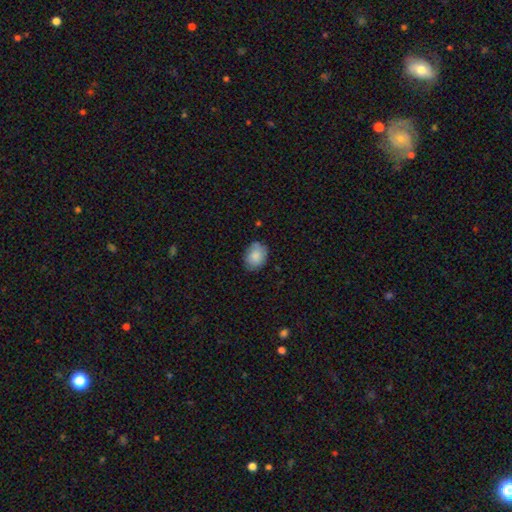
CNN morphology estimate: Overall: smooth (82%). How rounded: in between (60%; round 39%). Merging: none (75%).